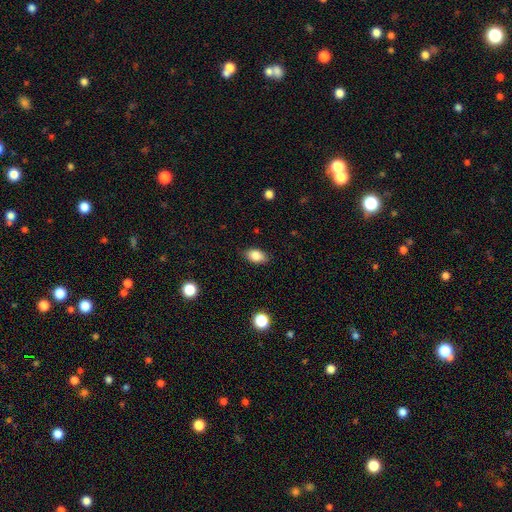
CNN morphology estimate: smooth-or-featured: smooth: 85% | star or artifact: 8% | featured or disk: 7%
  how-rounded: in between: 88% | round: 10% | cigar-shaped: 2%
  merging: none: 85% | minor disturbance: 11% | major disturbance: 2% | merger: 1%